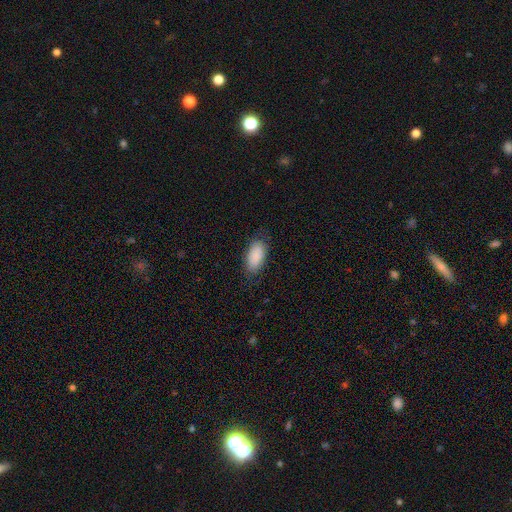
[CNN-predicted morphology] Overall: smooth (89%). How rounded: in between (92%). Merging: none (81%).